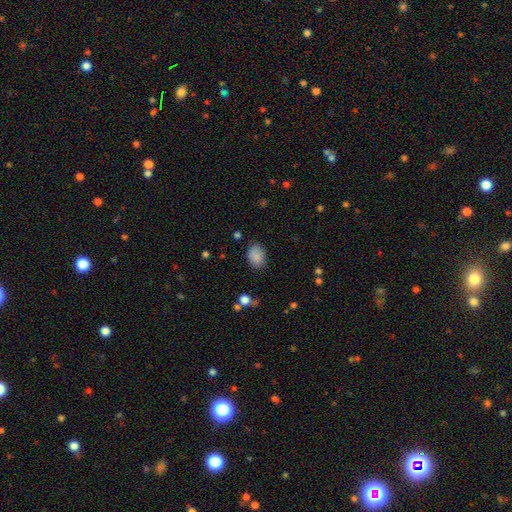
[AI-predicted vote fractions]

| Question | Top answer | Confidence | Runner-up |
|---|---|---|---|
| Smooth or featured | smooth | 87% | star or artifact (9%) |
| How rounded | in between | 75% | round (24%) |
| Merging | none | 78% | minor disturbance (16%) |